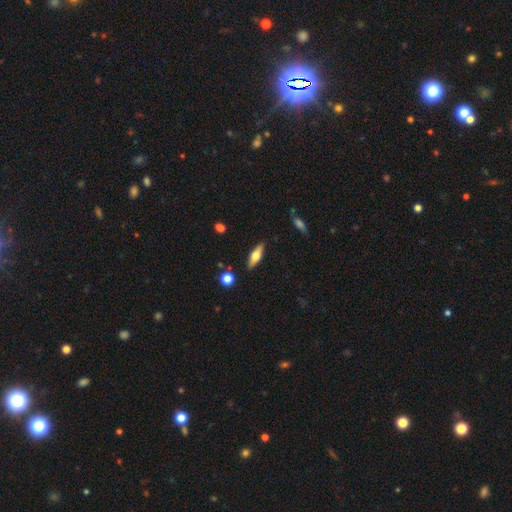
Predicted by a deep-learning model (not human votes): Smooth or featured?
  - smooth: 50% *
  - featured or disk: 44%
  - star or artifact: 6%
Merging?
  - none: 88% *
  - minor disturbance: 8%
  - merger: 2%
  - major disturbance: 2%